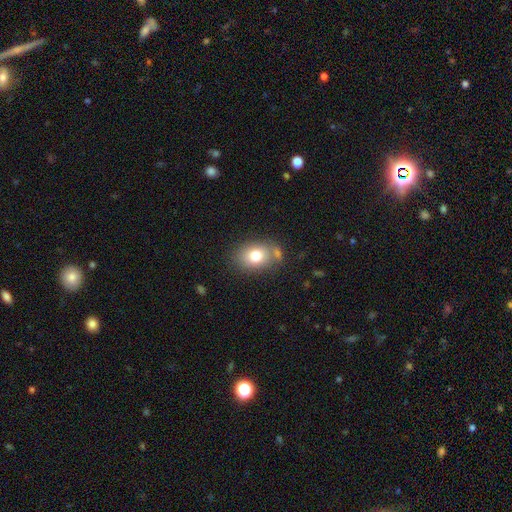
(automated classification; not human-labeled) A smooth galaxy with no disk features (76%) that is in between round and cigar-shaped (69%). Merging: none (67%).